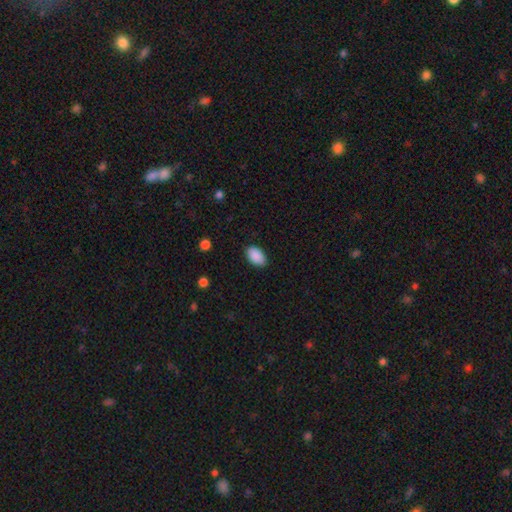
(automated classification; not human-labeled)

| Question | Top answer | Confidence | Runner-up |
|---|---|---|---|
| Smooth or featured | smooth | 91% | star or artifact (7%) |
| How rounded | in between | 93% | round (6%) |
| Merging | none | 88% | minor disturbance (9%) |